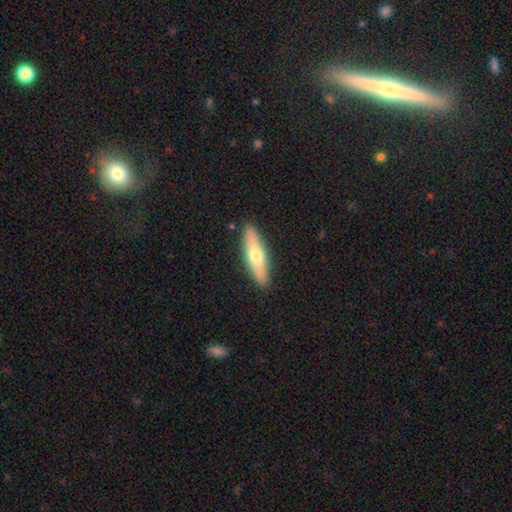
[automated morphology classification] A smooth galaxy with no disk features (57%) that is cigar-shaped (64%). Merging: none (89%).